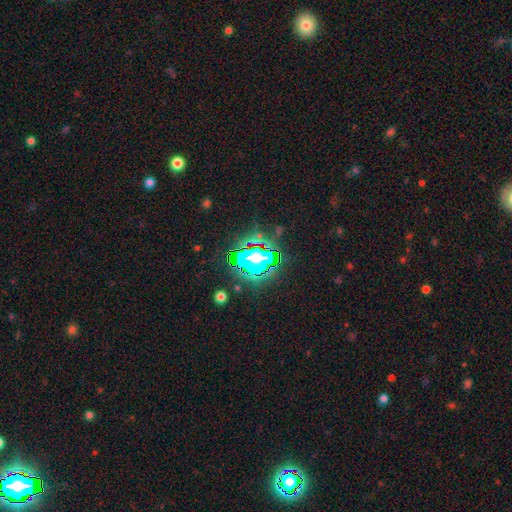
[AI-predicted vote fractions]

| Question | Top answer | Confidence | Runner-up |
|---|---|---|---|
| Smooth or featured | star or artifact | 81% | smooth (12%) |